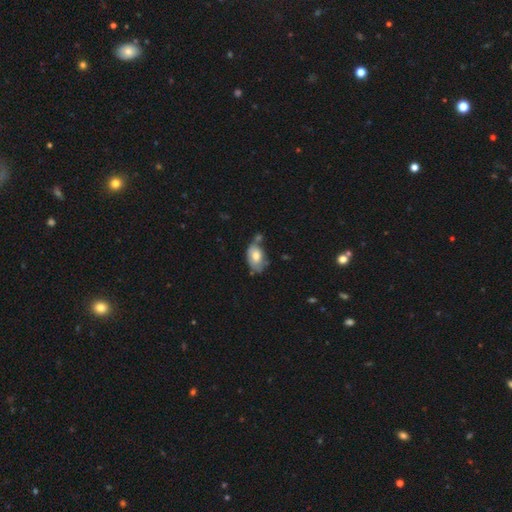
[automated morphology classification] Q: Smooth or featured?
A: smooth (72%); runner-up: featured or disk (21%)
Q: How rounded?
A: in between (89%); runner-up: round (9%)
Q: Merging?
A: none (42%); runner-up: minor disturbance (29%)